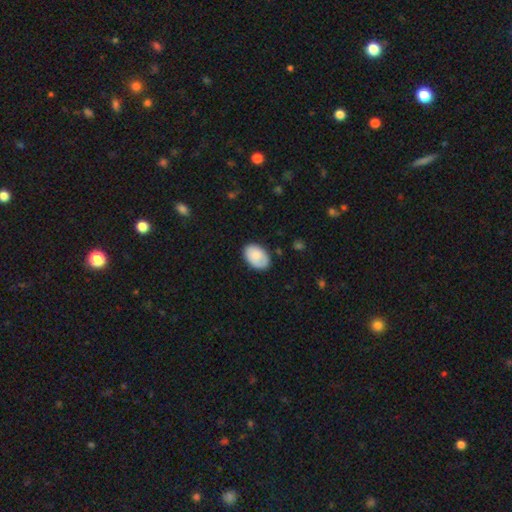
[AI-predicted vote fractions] Smooth or featured: smooth — 78% (featured or disk — 16%)
How rounded: in between — 87% (round — 12%)
Merging: none — 80% (minor disturbance — 16%)